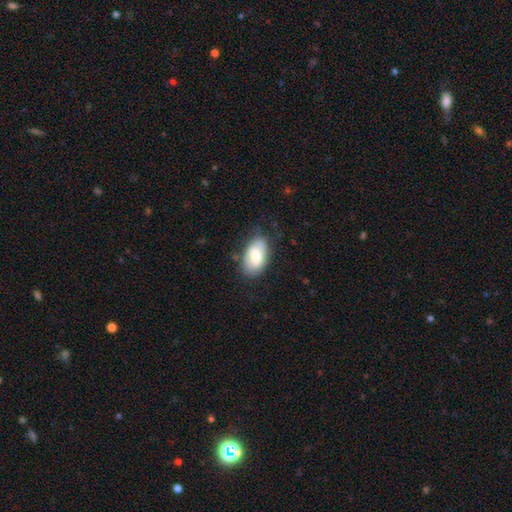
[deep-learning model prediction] A smooth galaxy with no disk features (70%) that is in between round and cigar-shaped (94%).

Vote fractions:
- Smooth or featured? smooth: 70% / featured or disk: 23% / star or artifact: 7%
- How rounded? in between: 94% / round: 4% / cigar-shaped: 2%
- Merging? none: 70% / minor disturbance: 23% / major disturbance: 5% / merger: 2%